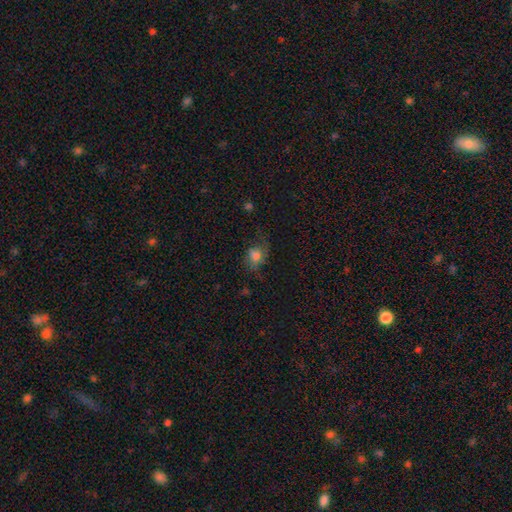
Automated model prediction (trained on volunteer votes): Smooth or featured? Predicted: smooth (p=0.63). How rounded? Predicted: in between (p=0.61). Merging? Predicted: none (p=0.45).